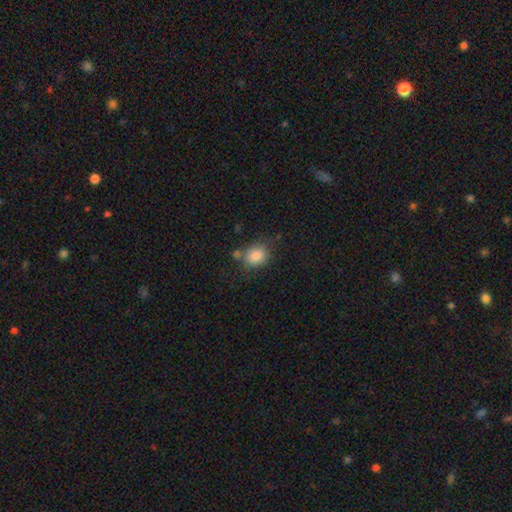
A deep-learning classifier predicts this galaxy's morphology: Smooth or featured: smooth — 85% (star or artifact — 9%)
How rounded: round — 51% (in between — 48%)
Merging: none — 63% (minor disturbance — 19%)